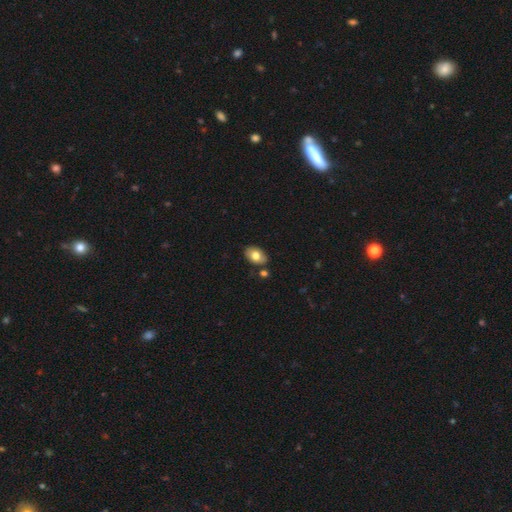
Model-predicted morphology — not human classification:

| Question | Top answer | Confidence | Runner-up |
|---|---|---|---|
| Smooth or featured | smooth | 76% | featured or disk (17%) |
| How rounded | in between | 85% | round (14%) |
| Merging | none | 80% | minor disturbance (12%) |